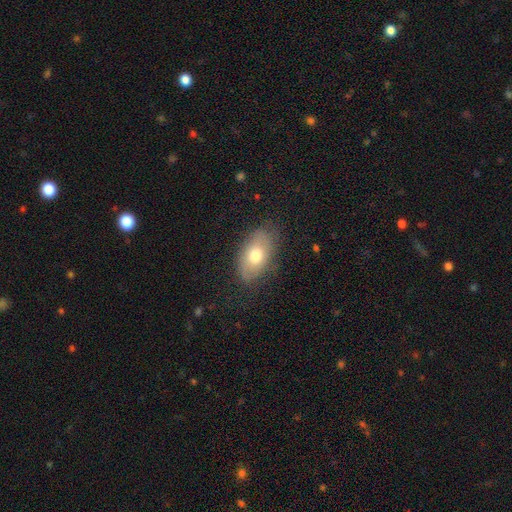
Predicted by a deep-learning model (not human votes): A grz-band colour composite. It shows a smooth galaxy with no disk features (68%) that is in between round and cigar-shaped (90%). Merging: none (76%).